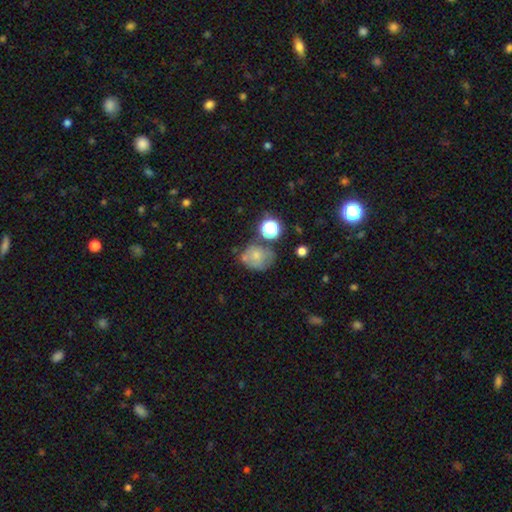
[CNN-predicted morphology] Smooth or featured? smooth (64%)
How rounded? round (56%)
Merging? none (47%)